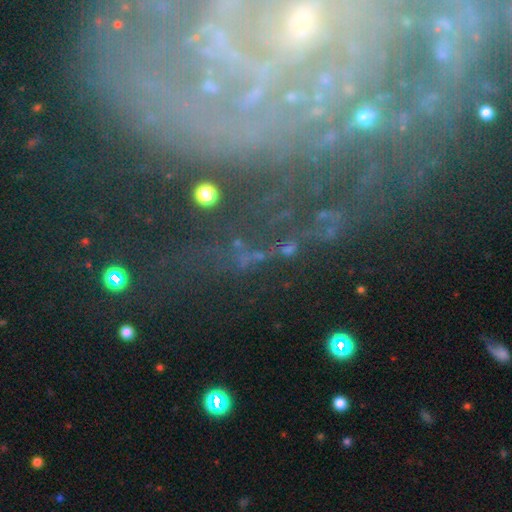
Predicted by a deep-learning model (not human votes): Q: Smooth or featured?
A: featured or disk (55%); runner-up: star or artifact (29%)
Q: Edge-on disk?
A: no (89%); runner-up: yes (11%)
Q: Merging?
A: none (68%); runner-up: minor disturbance (15%)